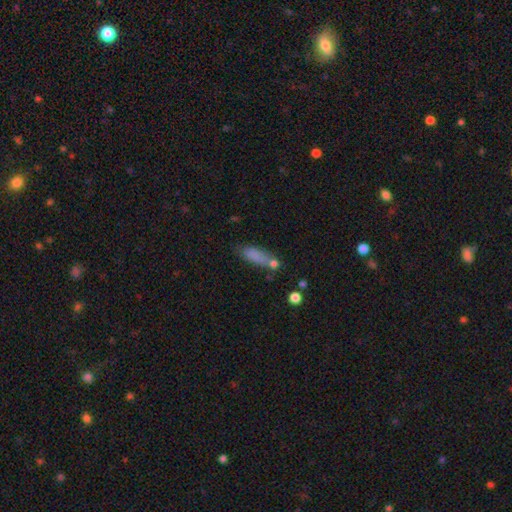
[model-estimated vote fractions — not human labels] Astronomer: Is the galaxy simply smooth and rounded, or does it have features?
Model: smooth — 79%.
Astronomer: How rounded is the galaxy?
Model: in between — 54% (runner-up: cigar-shaped, 43%).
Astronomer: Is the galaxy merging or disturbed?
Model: none — 54%.